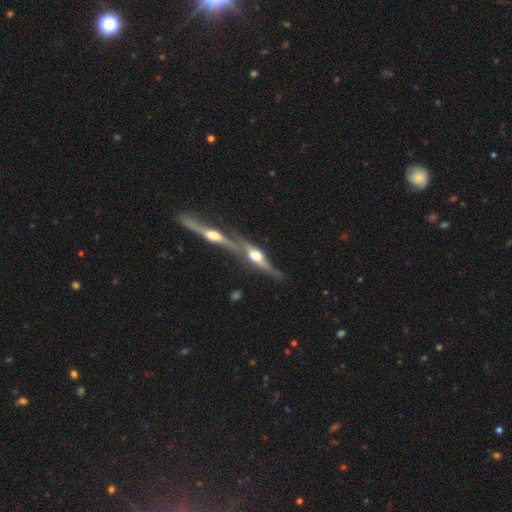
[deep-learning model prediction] featured or disk 79%, smooth 14%, star or artifact 7%. Down the decision tree: edge-on disk — yes (92%); edge-on bulge — rounded (92%); merging — merger (45%).